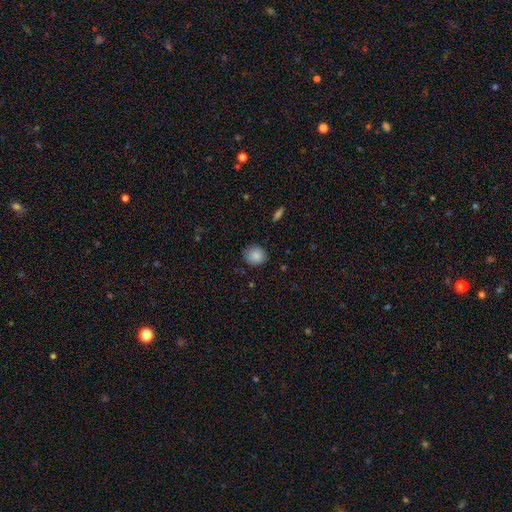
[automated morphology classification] Smooth or featured? Predicted: smooth (p=0.87). How rounded? Predicted: round (p=0.82). Merging? Predicted: none (p=0.86).